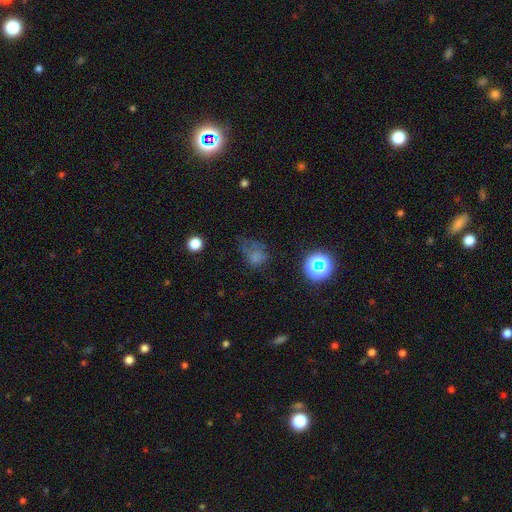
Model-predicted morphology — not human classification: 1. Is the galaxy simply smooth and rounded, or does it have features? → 60% smooth, 25% star or artifact, 15% featured or disk.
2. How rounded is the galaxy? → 58% round, 40% in between, 1% cigar-shaped.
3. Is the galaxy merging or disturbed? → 37% none, 30% major disturbance, 28% minor disturbance, 5% merger.